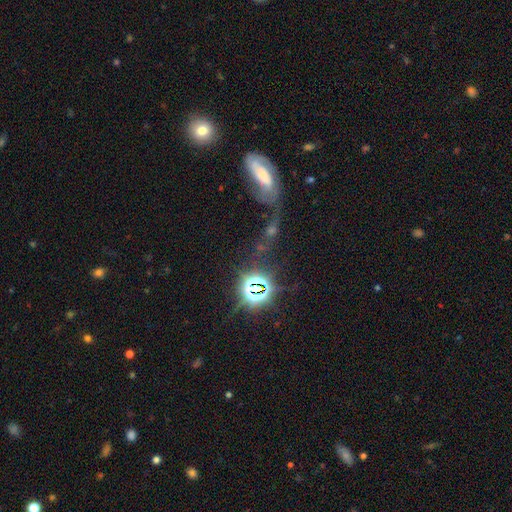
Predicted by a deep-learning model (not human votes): Smooth or featured? Predicted: star or artifact (p=0.51).